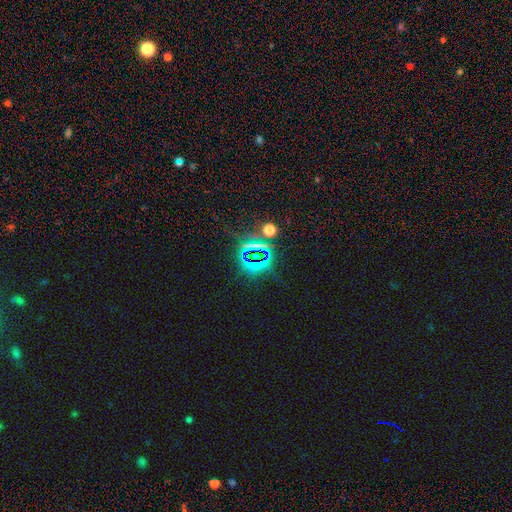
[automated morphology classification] A star or artifact, not a galaxy (75%).

Vote fractions:
- Smooth or featured? star or artifact: 75% / smooth: 15% / featured or disk: 10%